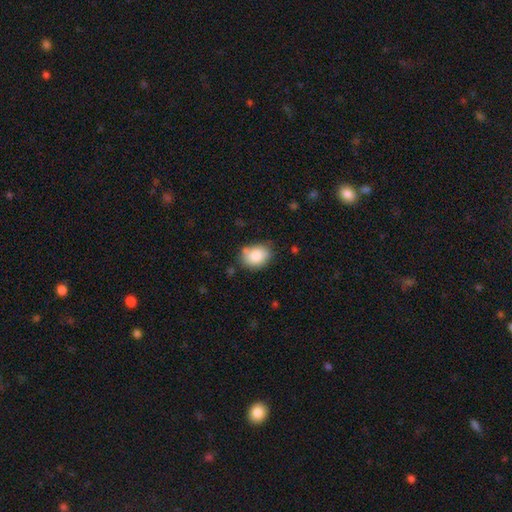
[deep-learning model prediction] smooth 85%, star or artifact 8%, featured or disk 8%. Down the decision tree: how rounded — in between (67%); merging — none (75%).